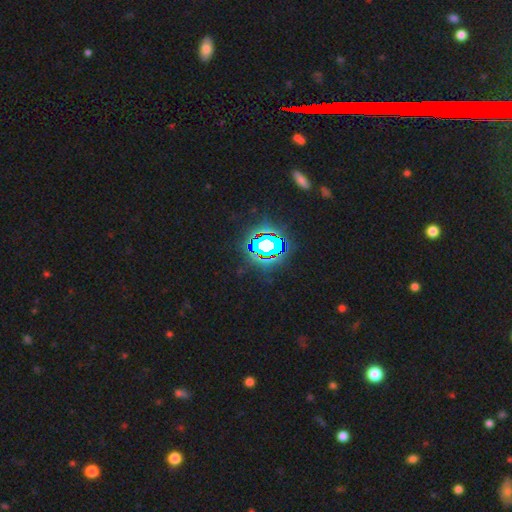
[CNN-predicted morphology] Smooth or featured: star or artifact — 78% (smooth — 13%)